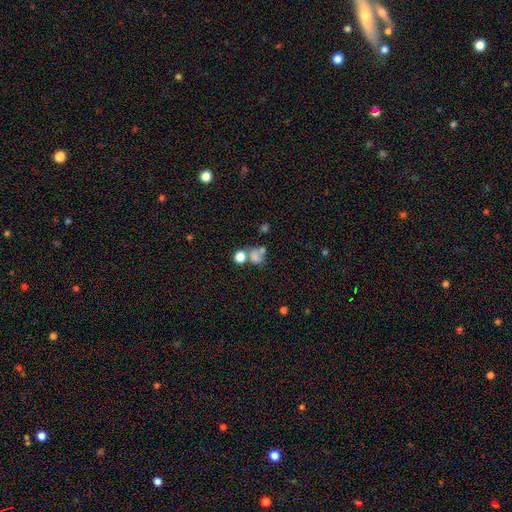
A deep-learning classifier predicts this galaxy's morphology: The model was most divided on "merging": merger: 45%, none: 33%, minor disturbance: 12%, major disturbance: 11%. More confident: smooth or featured — smooth (70%); how rounded — round (64%).